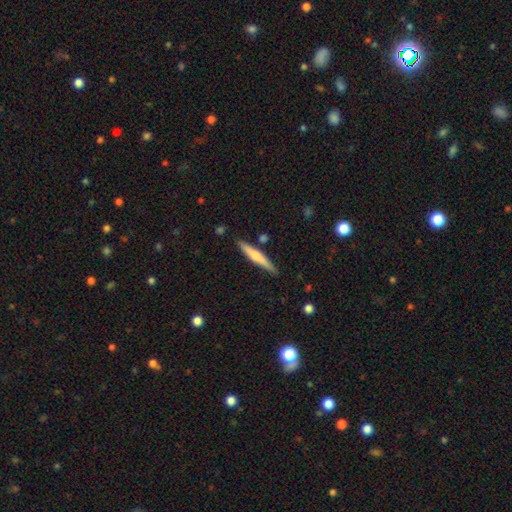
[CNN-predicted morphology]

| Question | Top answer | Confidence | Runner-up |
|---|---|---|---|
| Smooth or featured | smooth | 55% | featured or disk (39%) |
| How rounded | cigar-shaped | 93% | in between (5%) |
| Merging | none | 85% | minor disturbance (10%) |